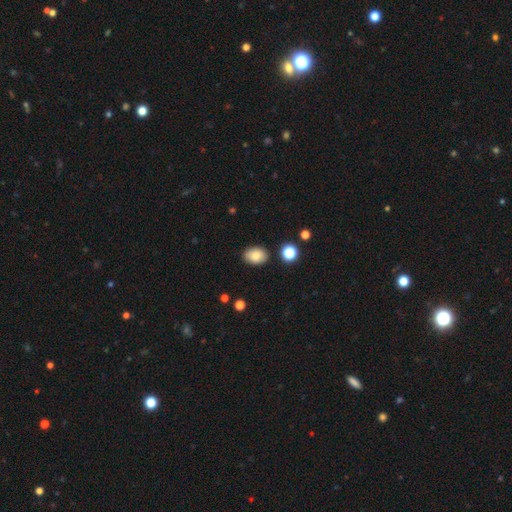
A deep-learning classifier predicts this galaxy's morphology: type=smooth (82%); roundness=in between (74%); merging=none (84%).